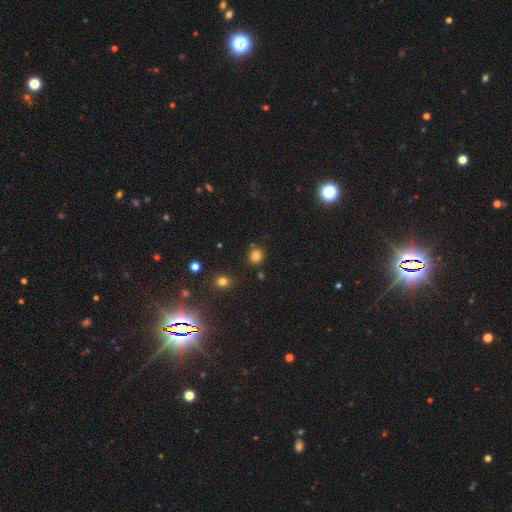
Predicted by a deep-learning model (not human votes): Smooth or featured?
  - smooth: 81% *
  - star or artifact: 14%
  - featured or disk: 5%
How rounded?
  - round: 84% *
  - in between: 15%
  - cigar-shaped: 1%
Merging?
  - none: 81% *
  - minor disturbance: 11%
  - merger: 5%
  - major disturbance: 3%